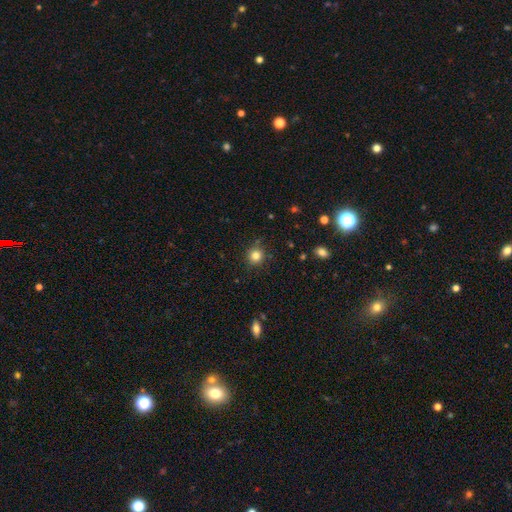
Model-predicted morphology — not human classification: The model was most divided on "smooth or featured": smooth: 82%, star or artifact: 13%, featured or disk: 5%. More confident: how rounded — round (93%); merging — none (89%).